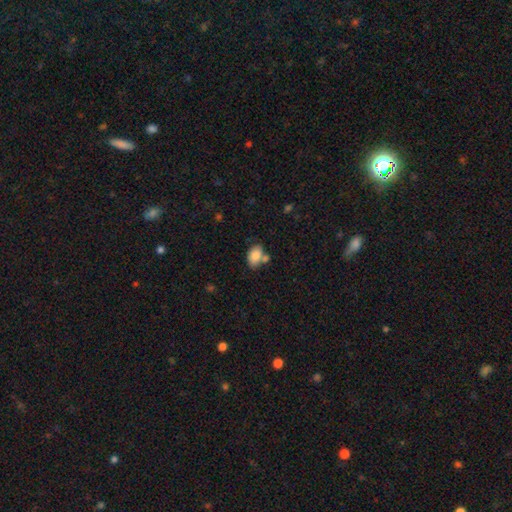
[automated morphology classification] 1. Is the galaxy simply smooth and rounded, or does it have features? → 84% smooth, 8% featured or disk, 8% star or artifact.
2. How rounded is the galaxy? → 86% in between, 13% round, 1% cigar-shaped.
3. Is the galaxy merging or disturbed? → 52% none, 24% merger, 18% minor disturbance, 5% major disturbance.